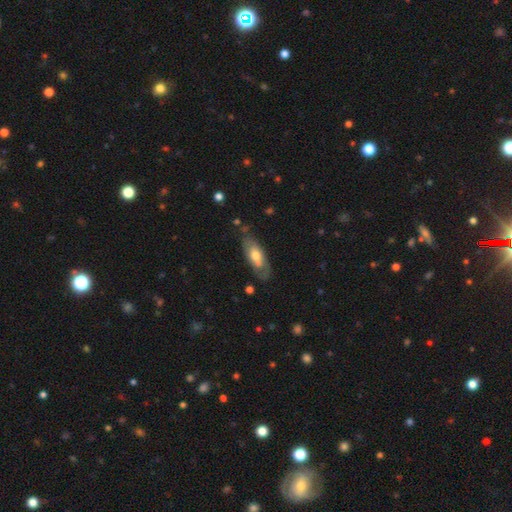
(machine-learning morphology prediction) The model was most divided on "smooth or featured": smooth: 51%, featured or disk: 44%, star or artifact: 5%. More confident: how rounded — in between (78%); merging — none (65%).